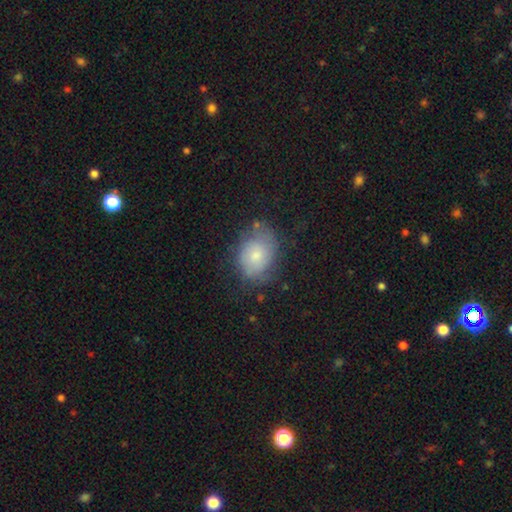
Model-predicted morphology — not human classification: This appears to be a smooth galaxy with no disk features (59%) that is in between round and cigar-shaped (68%). Merging: none (59%).